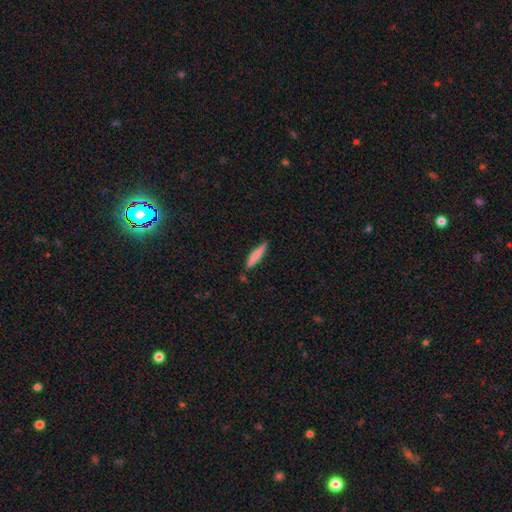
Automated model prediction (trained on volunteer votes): The model was most divided on "smooth or featured": smooth: 79%, featured or disk: 16%, star or artifact: 5%. More confident: how rounded — cigar-shaped (88%); merging — none (81%).